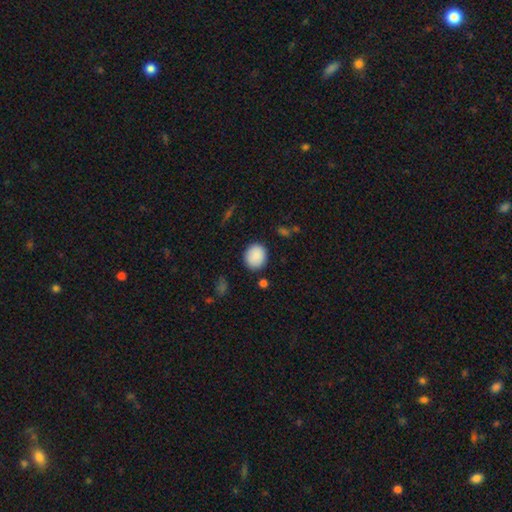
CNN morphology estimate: This is clearly a smooth galaxy (89%). How rounded: likely round (71%). Merging: clearly none (87%).